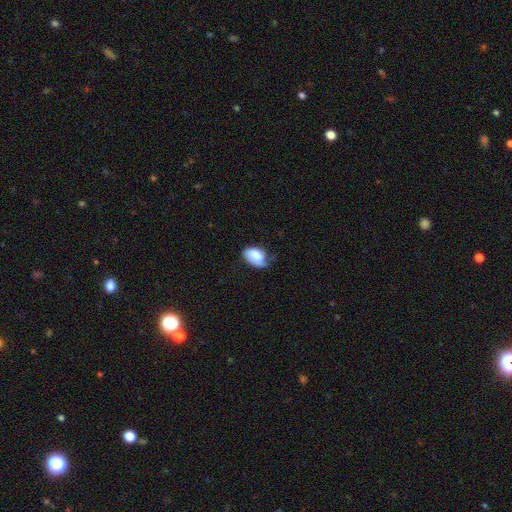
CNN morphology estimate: Overall: smooth (71%). How rounded: in between (88%). Merging: minor disturbance (43%; none 37%).